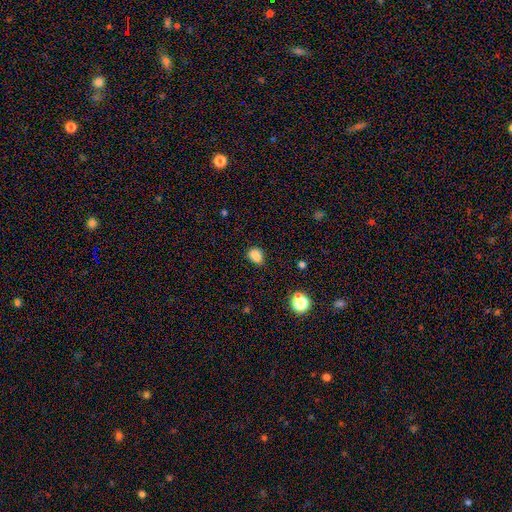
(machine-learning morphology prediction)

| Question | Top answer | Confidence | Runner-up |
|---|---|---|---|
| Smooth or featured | smooth | 83% | star or artifact (13%) |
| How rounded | in between | 66% | round (32%) |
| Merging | none | 77% | minor disturbance (18%) |